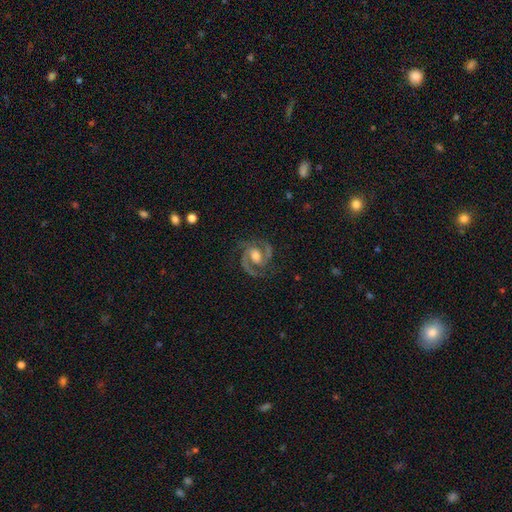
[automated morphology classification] Smooth or featured? featured or disk (92%)
Edge-on disk? no (98%)
Bar? weak (44%)
Spiral arms? yes (98%)
Spiral winding? medium (59%)
Spiral arm count? 2 (85%)
Bulge size? moderate (66%)
Merging? none (79%)